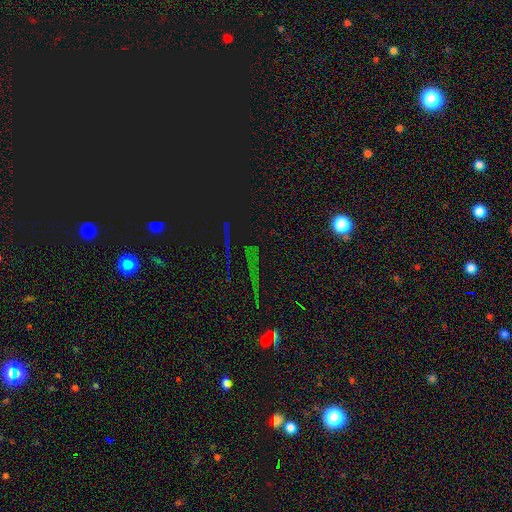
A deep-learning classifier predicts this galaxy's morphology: This appears to be a star or artifact, not a galaxy (76%).